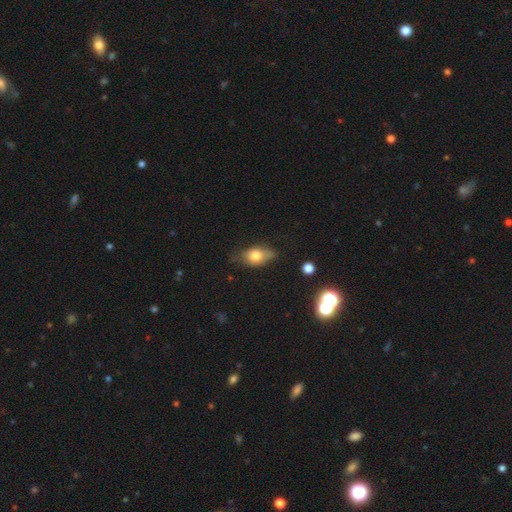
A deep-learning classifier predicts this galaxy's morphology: A smooth galaxy with no disk features (72%) that is in between round and cigar-shaped (83%).

Vote fractions:
- Smooth or featured? smooth: 72% / featured or disk: 19% / star or artifact: 9%
- How rounded? in between: 83% / round: 13% / cigar-shaped: 4%
- Merging? none: 56% / minor disturbance: 33% / major disturbance: 8% / merger: 2%